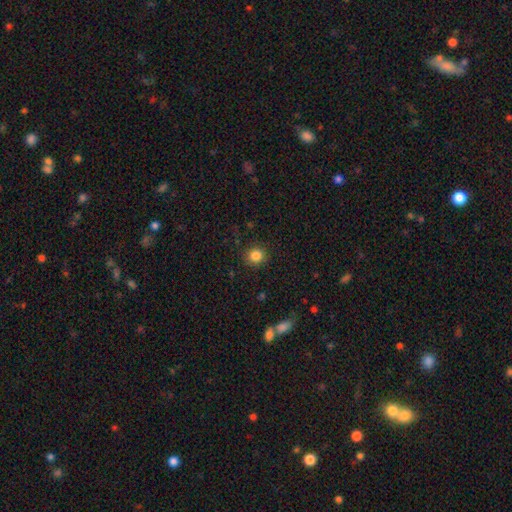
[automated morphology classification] Smooth or featured: smooth — 85% (star or artifact — 11%)
How rounded: round — 86% (in between — 13%)
Merging: none — 89% (minor disturbance — 7%)